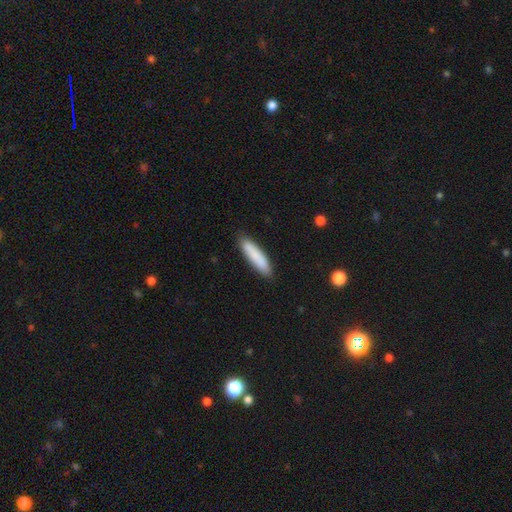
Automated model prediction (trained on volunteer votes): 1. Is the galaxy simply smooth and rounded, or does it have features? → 84% smooth, 10% featured or disk, 6% star or artifact.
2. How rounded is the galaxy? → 77% cigar-shaped, 21% in between, 1% round.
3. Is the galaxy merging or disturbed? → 87% none, 10% minor disturbance, 2% major disturbance, 1% merger.